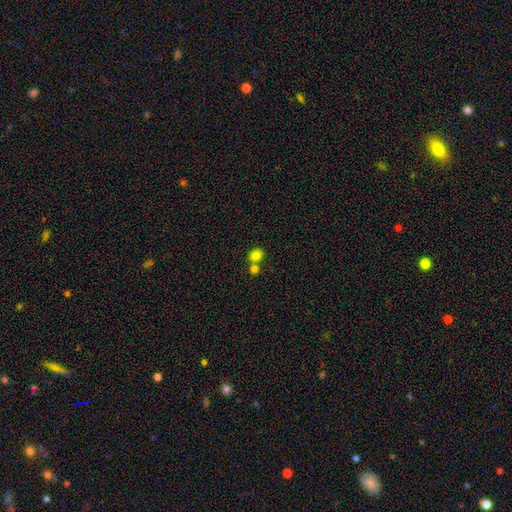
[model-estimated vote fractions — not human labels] Smooth or featured? Predicted: smooth (p=0.82). How rounded? Predicted: round (p=0.56). Merging? Predicted: none (p=0.50).